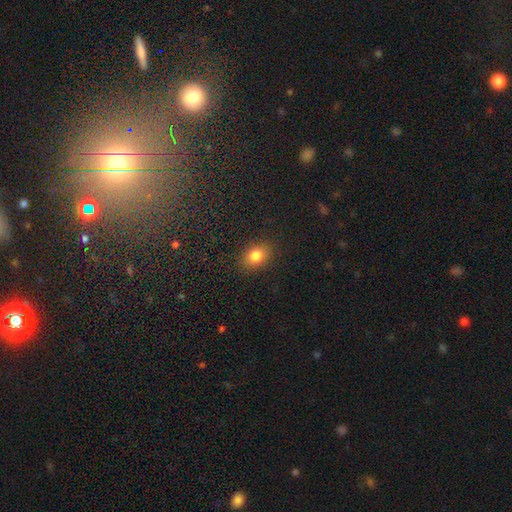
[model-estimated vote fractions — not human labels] This appears to be a smooth galaxy with no disk features (82%) that is in between round and cigar-shaped (71%). Merging: none (86%).